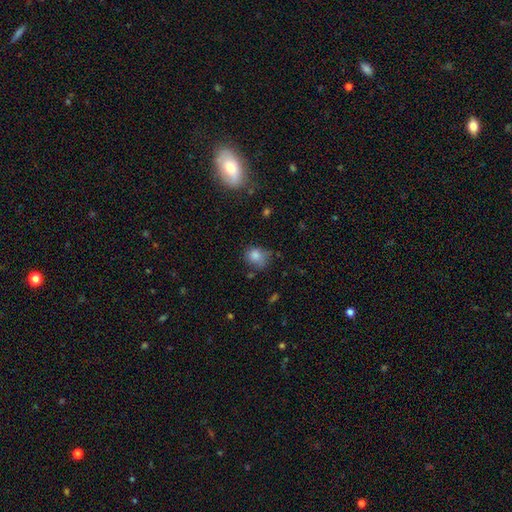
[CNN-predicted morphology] Smooth or featured?
  - smooth: 80% *
  - star or artifact: 11%
  - featured or disk: 9%
How rounded?
  - round: 63% *
  - in between: 36%
  - cigar-shaped: 1%
Merging?
  - none: 52% *
  - minor disturbance: 31%
  - major disturbance: 11%
  - merger: 6%